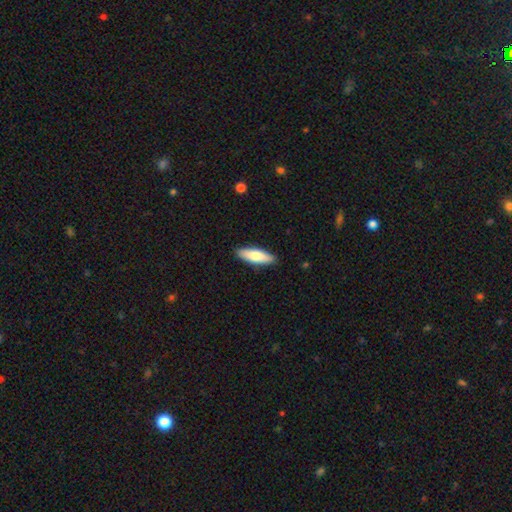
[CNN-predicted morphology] Smooth or featured?
  - smooth: 77% *
  - featured or disk: 18%
  - star or artifact: 5%
How rounded?
  - in between: 52% *
  - cigar-shaped: 47%
  - round: 2%
Merging?
  - none: 89% *
  - minor disturbance: 8%
  - major disturbance: 2%
  - merger: 1%